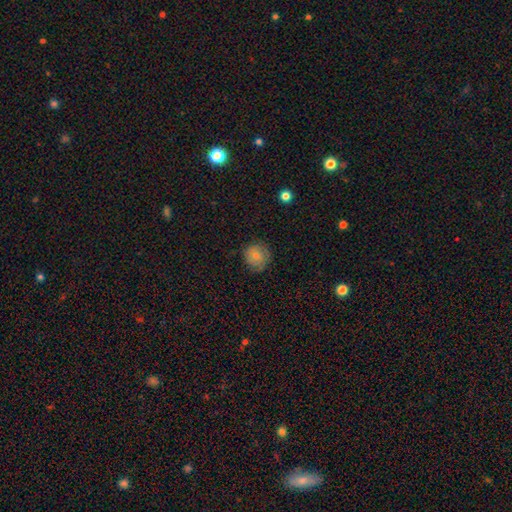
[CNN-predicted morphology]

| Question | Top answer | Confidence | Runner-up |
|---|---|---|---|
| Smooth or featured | smooth | 71% | featured or disk (20%) |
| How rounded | round | 89% | in between (10%) |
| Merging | none | 75% | minor disturbance (19%) |